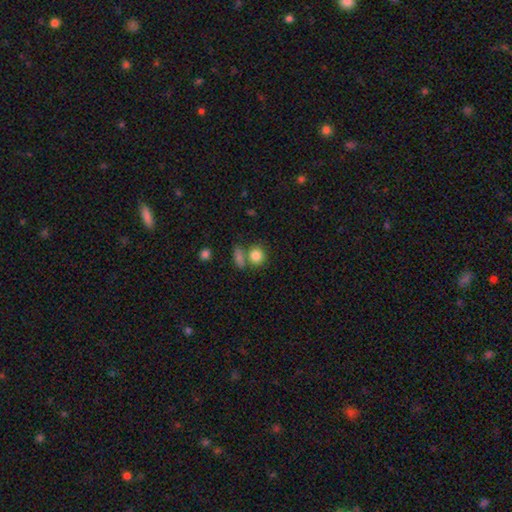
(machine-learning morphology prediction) Smooth or featured? Predicted: smooth (p=0.83). How rounded? Predicted: round (p=0.80). Merging? Predicted: none (p=0.59).